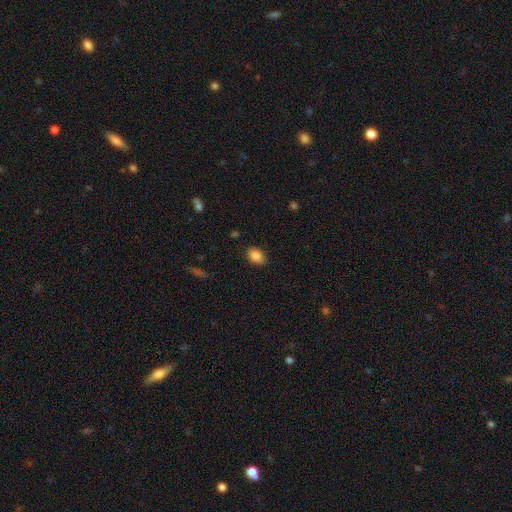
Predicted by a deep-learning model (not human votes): A smooth galaxy with no disk features (87%) that is in between round and cigar-shaped (81%). Merging: none (87%).